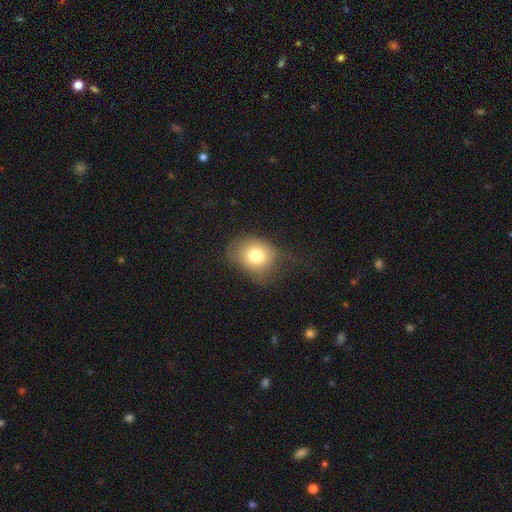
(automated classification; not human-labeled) The model was most divided on "how rounded": in between: 51%, round: 48%, cigar-shaped: 1%. More confident: smooth or featured — smooth (76%); merging — none (52%).